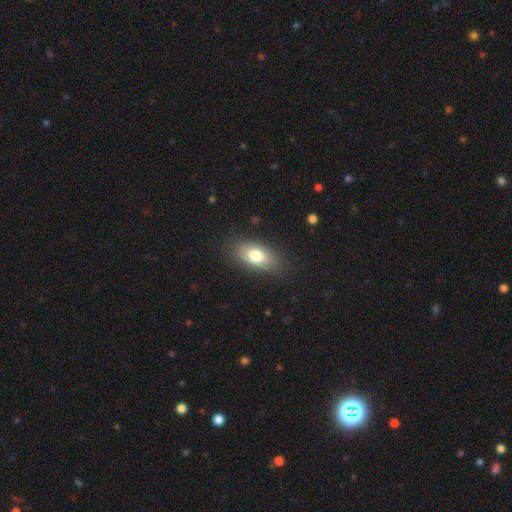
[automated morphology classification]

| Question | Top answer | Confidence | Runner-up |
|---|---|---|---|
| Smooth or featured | smooth | 77% | featured or disk (15%) |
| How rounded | in between | 87% | round (7%) |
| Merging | none | 84% | minor disturbance (11%) |